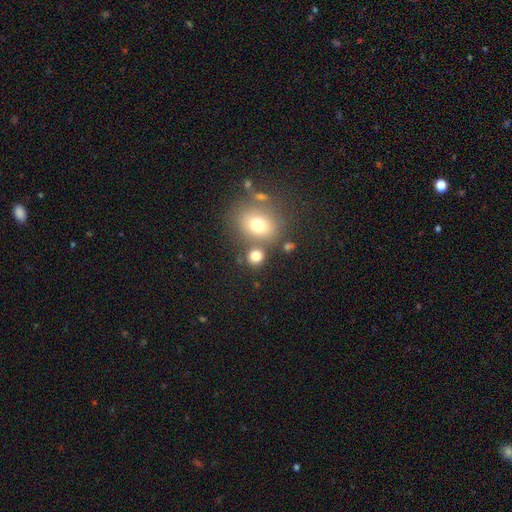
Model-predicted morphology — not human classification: Smooth or featured? smooth (77%)
How rounded? round (79%)
Merging? none (66%)